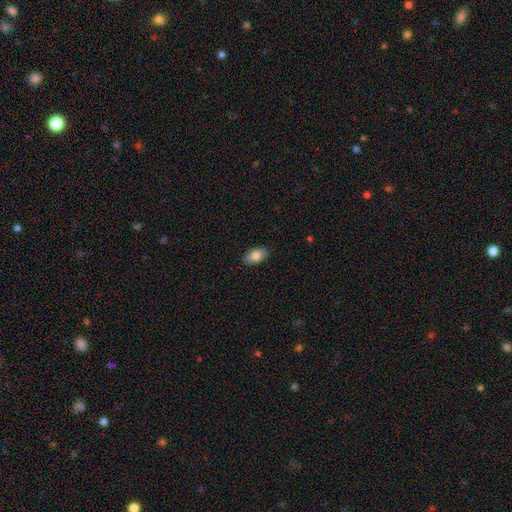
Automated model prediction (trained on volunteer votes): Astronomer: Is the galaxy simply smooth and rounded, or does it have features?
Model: smooth — 83%.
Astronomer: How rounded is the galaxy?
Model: in between — 92%.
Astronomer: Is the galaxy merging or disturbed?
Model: none — 87%.